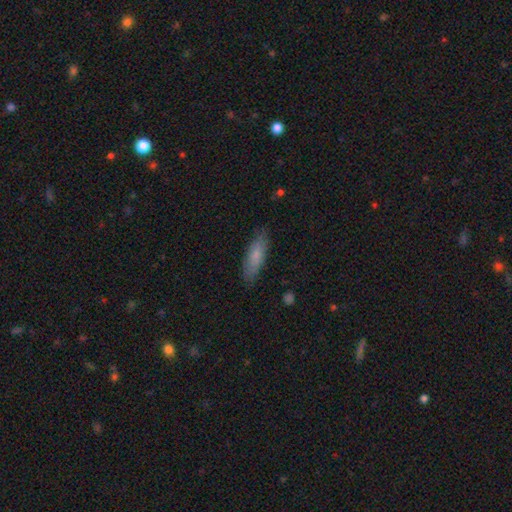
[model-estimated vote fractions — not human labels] A smooth galaxy with no disk features (77%) that is cigar-shaped (54%). Merging: none (84%).